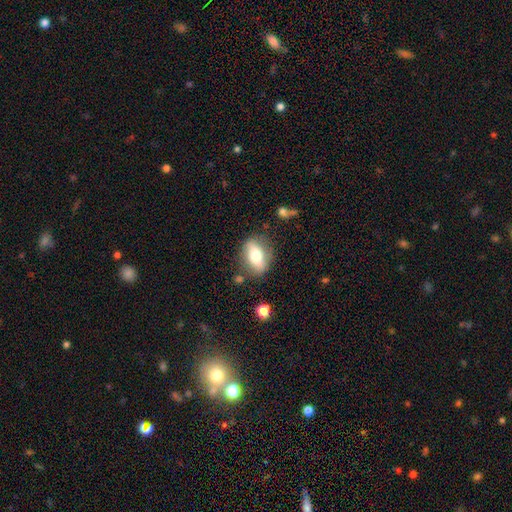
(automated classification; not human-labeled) Q: Smooth or featured?
A: smooth (62%); runner-up: featured or disk (31%)
Q: How rounded?
A: in between (76%); runner-up: round (16%)
Q: Merging?
A: none (75%); runner-up: minor disturbance (16%)